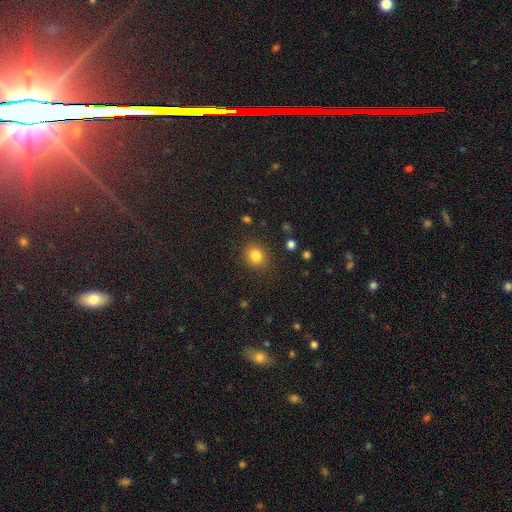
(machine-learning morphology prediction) Smooth or featured? smooth (83%)
How rounded? round (63%)
Merging? none (86%)